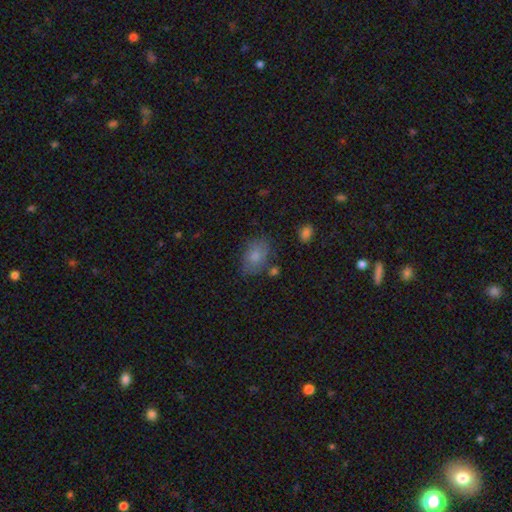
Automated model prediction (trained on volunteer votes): Smooth or featured: smooth — 75% (featured or disk — 16%)
How rounded: in between — 81% (round — 17%)
Merging: none — 67% (minor disturbance — 21%)